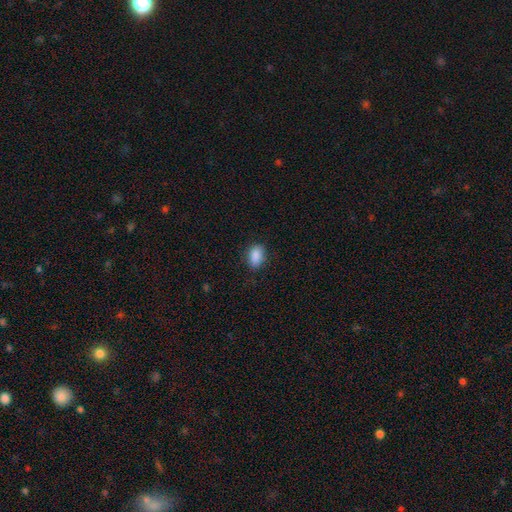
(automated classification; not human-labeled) Overall: smooth (88%). How rounded: in between (86%). Merging: none (83%).